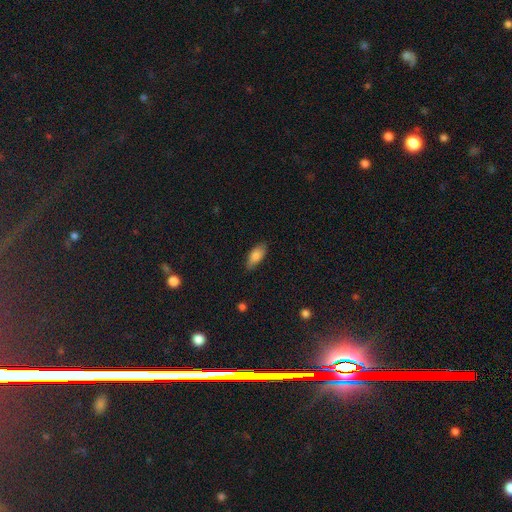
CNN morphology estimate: A smooth galaxy with no disk features (82%) that is in between round and cigar-shaped (82%).

Vote fractions:
- Smooth or featured? smooth: 82% / featured or disk: 11% / star or artifact: 7%
- How rounded? in between: 82% / cigar-shaped: 16% / round: 2%
- Merging? none: 81% / minor disturbance: 15% / major disturbance: 3% / merger: 1%